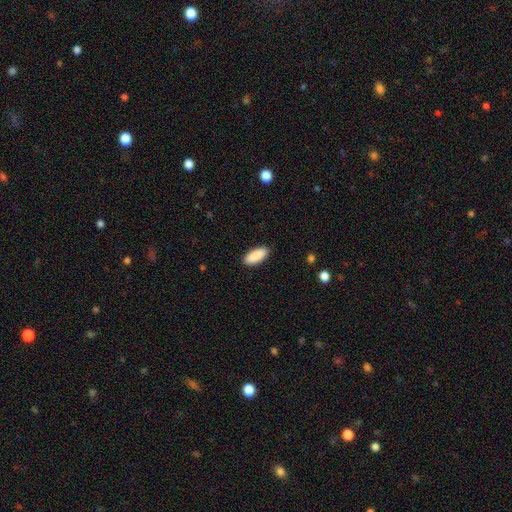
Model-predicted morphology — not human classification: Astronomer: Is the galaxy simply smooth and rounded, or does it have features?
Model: smooth — 91%.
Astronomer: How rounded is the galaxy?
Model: in between — 80%.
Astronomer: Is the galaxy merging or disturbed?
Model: none — 90%.